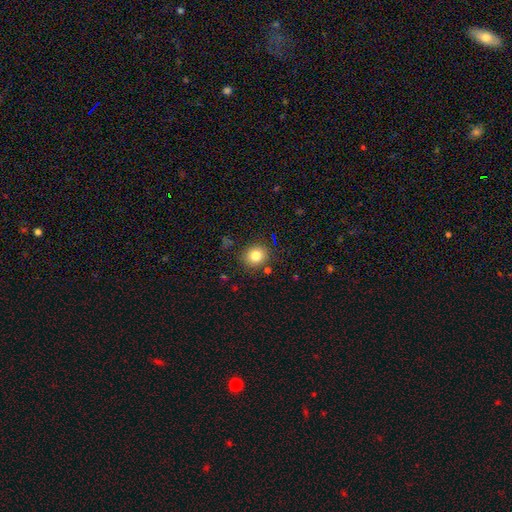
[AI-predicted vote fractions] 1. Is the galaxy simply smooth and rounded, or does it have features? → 81% smooth, 11% star or artifact, 7% featured or disk.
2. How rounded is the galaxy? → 81% round, 18% in between, 1% cigar-shaped.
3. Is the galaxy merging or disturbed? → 85% none, 9% minor disturbance, 3% major disturbance, 3% merger.